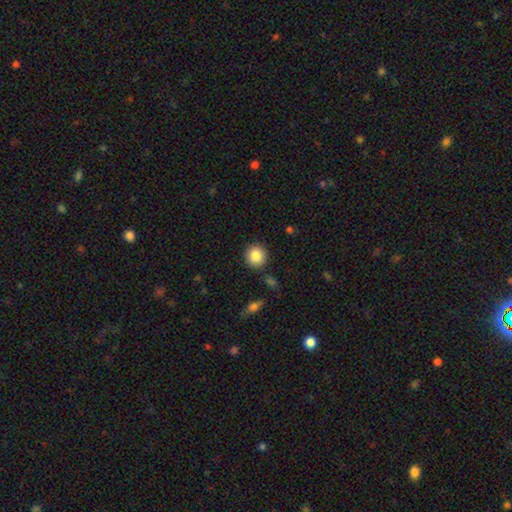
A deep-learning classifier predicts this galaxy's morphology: This is clearly a smooth galaxy (85%). How rounded: clearly round (93%). Merging: clearly none (89%).